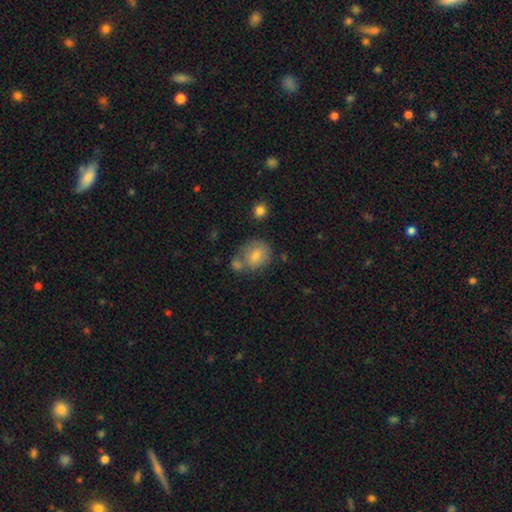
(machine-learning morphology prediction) Q: Smooth or featured?
A: smooth (69%); runner-up: featured or disk (20%)
Q: How rounded?
A: round (66%); runner-up: in between (33%)
Q: Merging?
A: none (52%); runner-up: merger (27%)